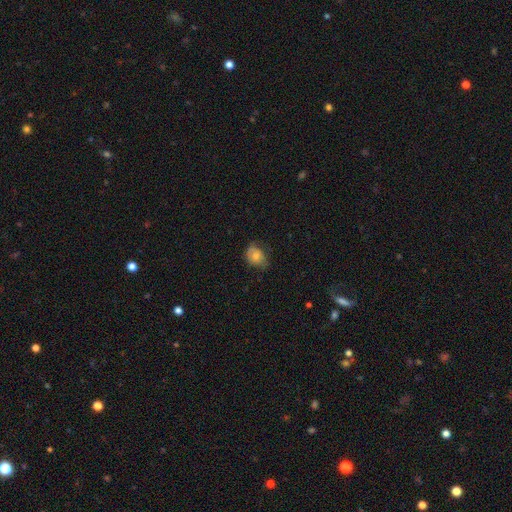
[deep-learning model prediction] Smooth or featured? smooth (68%)
How rounded? in between (55%)
Merging? none (57%)